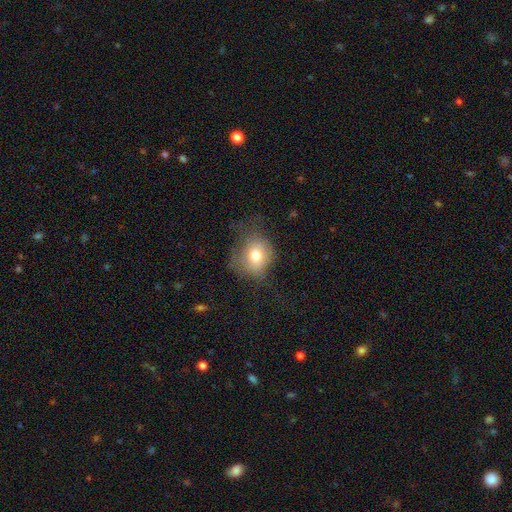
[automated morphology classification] type=smooth (74%); roundness=round (68%); merging=none (54%).